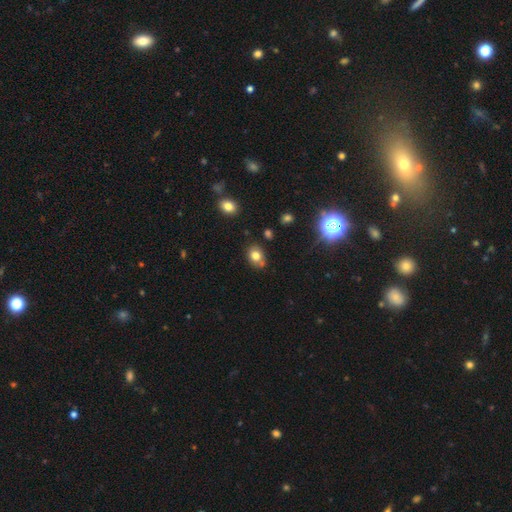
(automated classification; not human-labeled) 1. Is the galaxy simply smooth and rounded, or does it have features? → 76% smooth, 13% star or artifact, 11% featured or disk.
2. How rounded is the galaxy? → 56% in between, 43% round, 1% cigar-shaped.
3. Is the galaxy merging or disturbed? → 68% none, 17% minor disturbance, 11% merger, 4% major disturbance.